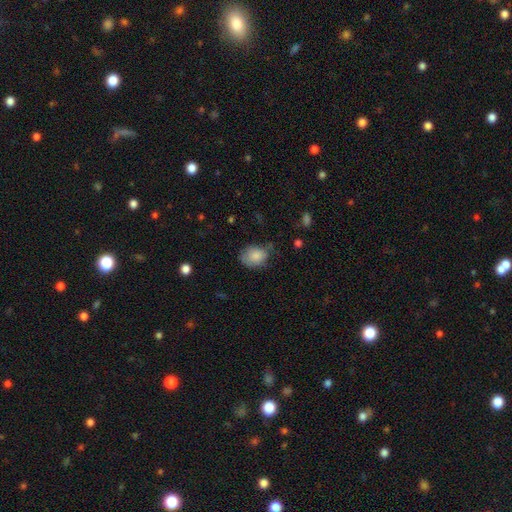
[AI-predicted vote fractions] Q: Smooth or featured?
A: smooth (83%); runner-up: featured or disk (9%)
Q: How rounded?
A: in between (56%); runner-up: round (43%)
Q: Merging?
A: none (55%); runner-up: minor disturbance (32%)